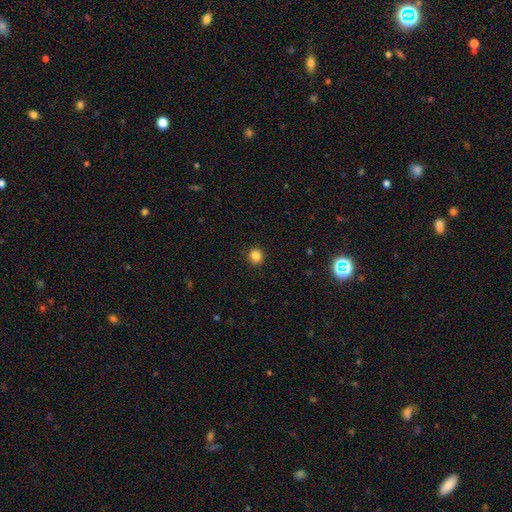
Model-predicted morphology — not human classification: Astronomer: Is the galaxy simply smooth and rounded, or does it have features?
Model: smooth — 84%.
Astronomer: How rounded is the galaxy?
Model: round — 87%.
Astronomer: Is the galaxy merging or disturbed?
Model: none — 91%.